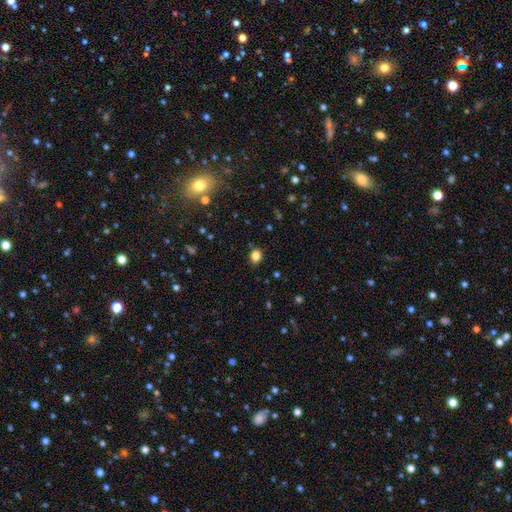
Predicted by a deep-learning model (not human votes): This appears to be a smooth galaxy with no disk features (83%) that is round (69%). Merging: none (86%).